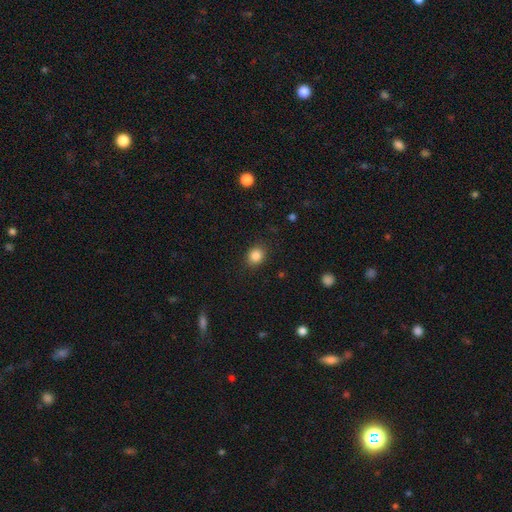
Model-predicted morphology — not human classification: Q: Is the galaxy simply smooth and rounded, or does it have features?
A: smooth — 85%.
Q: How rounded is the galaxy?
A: round — 67%.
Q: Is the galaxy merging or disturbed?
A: none — 88%.